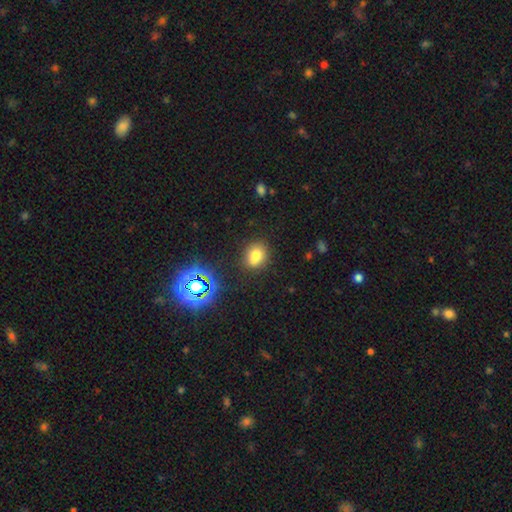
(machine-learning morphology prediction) The model was most divided on "how rounded": round: 55%, in between: 43%, cigar-shaped: 1%. More confident: smooth or featured — smooth (72%); merging — none (67%).